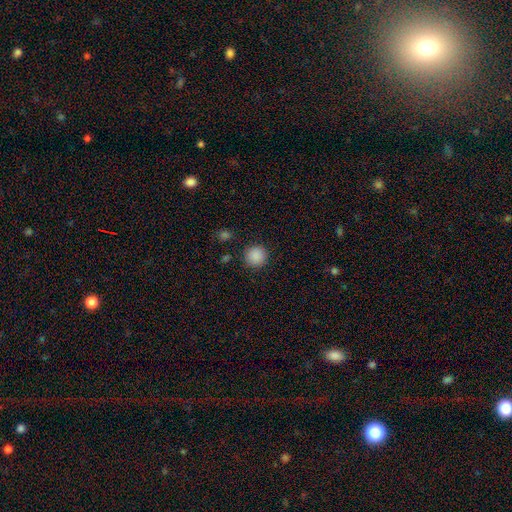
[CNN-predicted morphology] Q: Smooth or featured?
A: smooth (88%); runner-up: star or artifact (9%)
Q: How rounded?
A: round (94%); runner-up: in between (5%)
Q: Merging?
A: none (89%); runner-up: minor disturbance (6%)